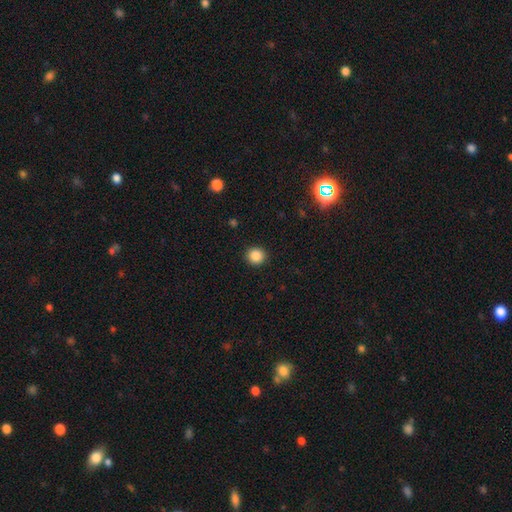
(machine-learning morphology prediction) Smooth or featured?
  - smooth: 86% *
  - star or artifact: 10%
  - featured or disk: 3%
How rounded?
  - round: 91% *
  - in between: 8%
  - cigar-shaped: 1%
Merging?
  - none: 92% *
  - minor disturbance: 5%
  - major disturbance: 2%
  - merger: 1%